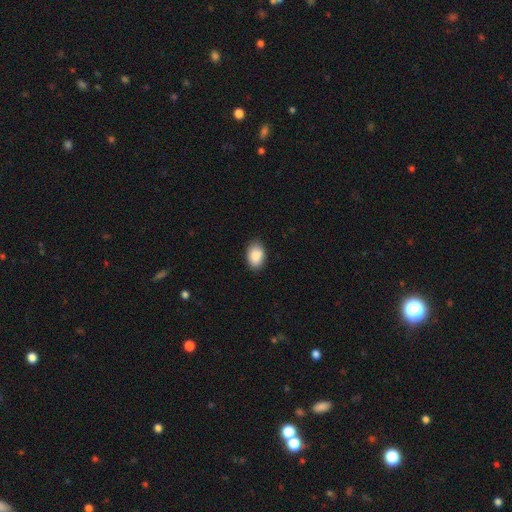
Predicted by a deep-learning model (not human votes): The model was most divided on "merging": none: 85%, minor disturbance: 12%, major disturbance: 2%, merger: 1%. More confident: smooth or featured — smooth (87%); how rounded — in between (87%).